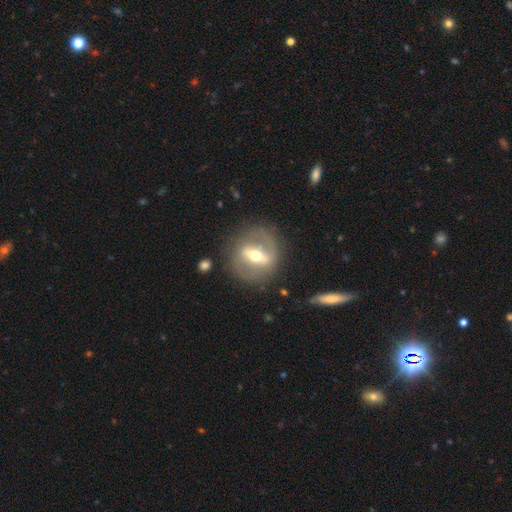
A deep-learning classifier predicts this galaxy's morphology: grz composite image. It shows a featured or disk galaxy (72%) with a strong bar (68%), no spiral arms (61%) and a moderate central bulge (70%). Merging: none (79%).